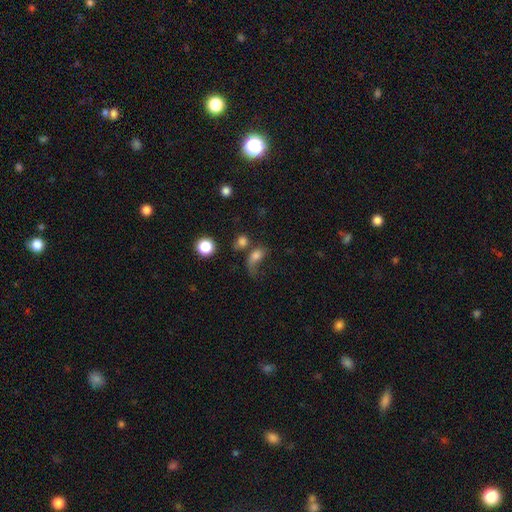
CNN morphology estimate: This appears to be a smooth galaxy with no disk features (67%) that is in between round and cigar-shaped (69%). Merging: major disturbance (43%).